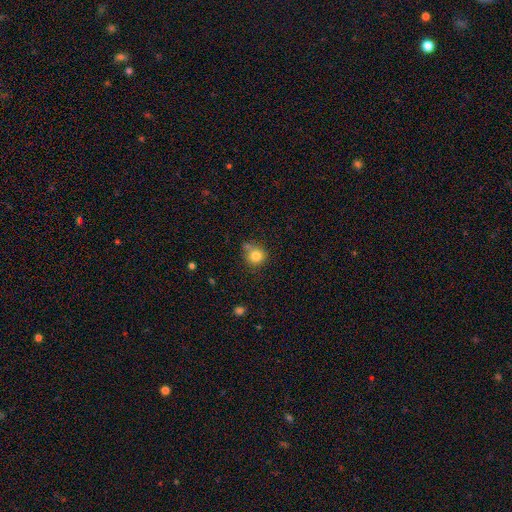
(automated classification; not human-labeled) Smooth or featured? smooth (82%)
How rounded? round (87%)
Merging? none (64%)